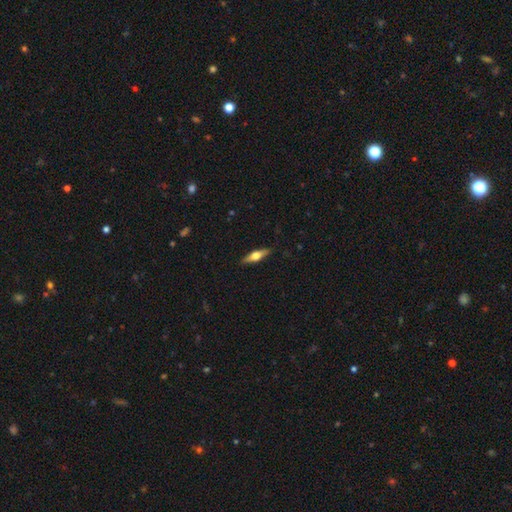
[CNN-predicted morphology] Overall: featured or disk (58%; smooth 36%). Edge-on disk: yes (95%). Edge-on bulge: rounded (94%). Merging: none (89%).